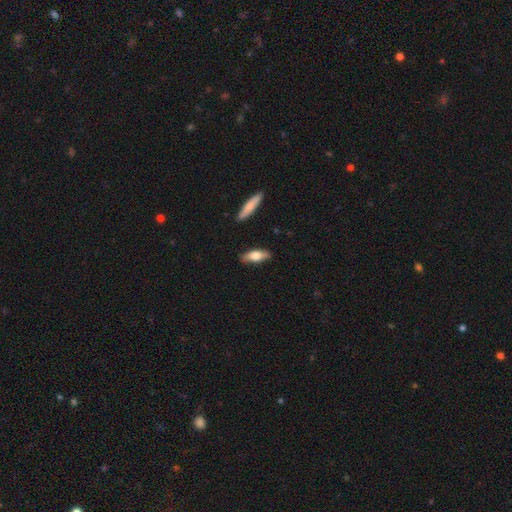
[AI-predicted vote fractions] Q: Smooth or featured?
A: smooth (67%); runner-up: featured or disk (27%)
Q: How rounded?
A: in between (63%); runner-up: cigar-shaped (35%)
Q: Merging?
A: none (86%); runner-up: minor disturbance (11%)